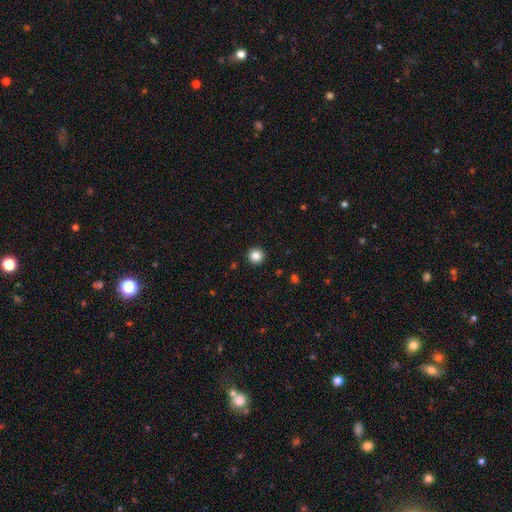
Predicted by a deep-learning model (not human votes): Smooth or featured? Predicted: smooth (p=0.85). How rounded? Predicted: round (p=0.96). Merging? Predicted: none (p=0.94).